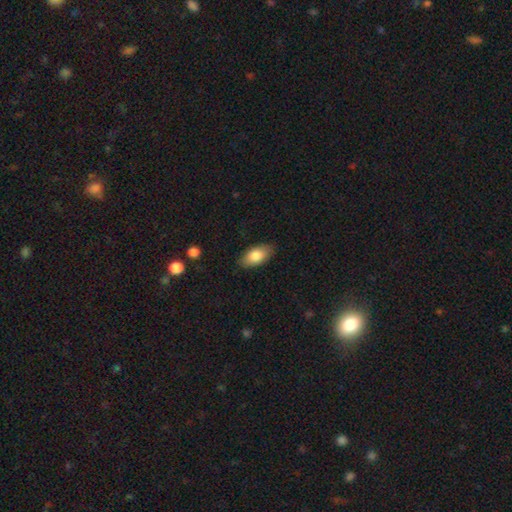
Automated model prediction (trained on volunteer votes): Smooth or featured: smooth — 82% (featured or disk — 12%)
How rounded: in between — 92% (cigar-shaped — 4%)
Merging: none — 86% (minor disturbance — 11%)